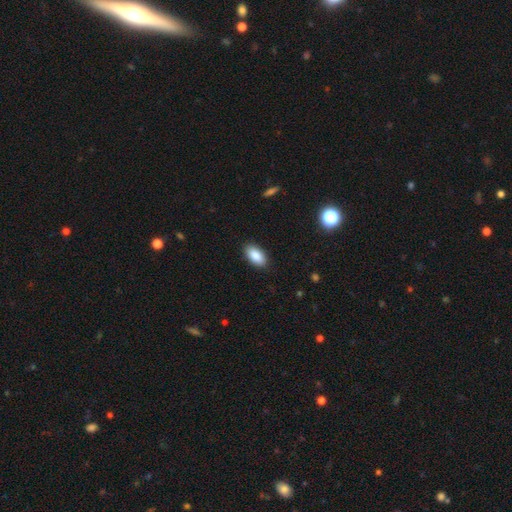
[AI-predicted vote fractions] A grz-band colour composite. It shows a smooth galaxy with no disk features (88%) that is in between round and cigar-shaped (94%). Merging: none (89%).